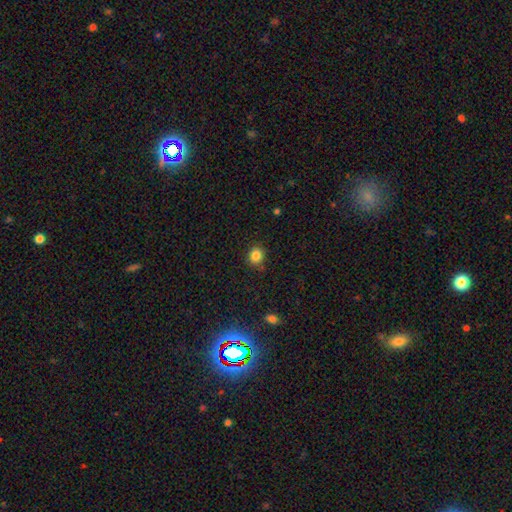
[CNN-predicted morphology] The model was most divided on "how rounded": round: 80%, in between: 19%, cigar-shaped: 1%. More confident: merging — none (85%); smooth or featured — smooth (84%).